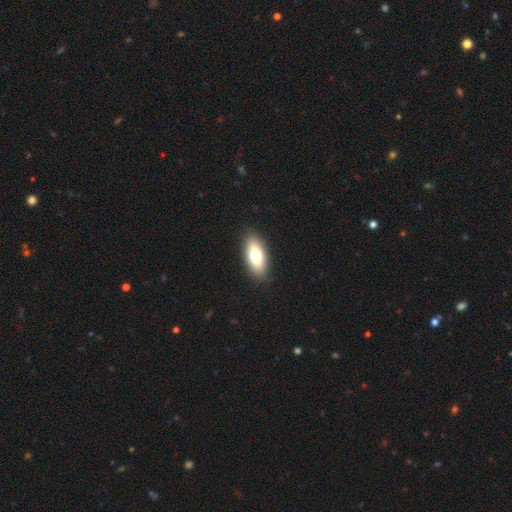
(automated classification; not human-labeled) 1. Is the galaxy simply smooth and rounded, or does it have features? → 72% smooth, 21% featured or disk, 7% star or artifact.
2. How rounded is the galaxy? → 82% in between, 15% cigar-shaped, 3% round.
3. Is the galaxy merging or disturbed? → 89% none, 8% minor disturbance, 2% major disturbance, 1% merger.